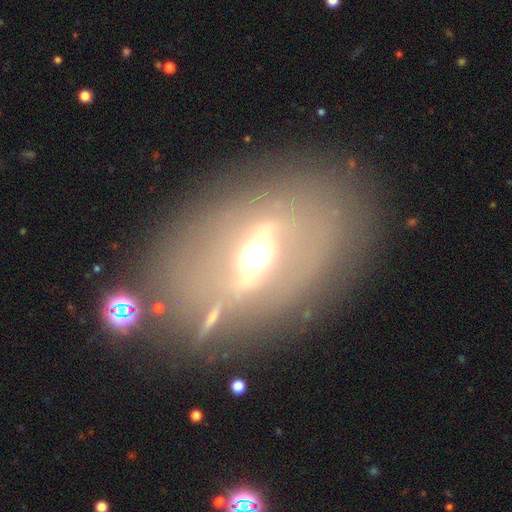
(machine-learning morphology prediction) Smooth or featured: featured or disk — 68% (smooth — 22%)
Edge-on disk: no — 77% (yes — 23%)
Bar: strong — 51% (weak — 33%)
Spiral arms: no — 74% (yes — 26%)
Bulge size: moderate — 63% (large — 21%)
Merging: none — 75% (minor disturbance — 13%)